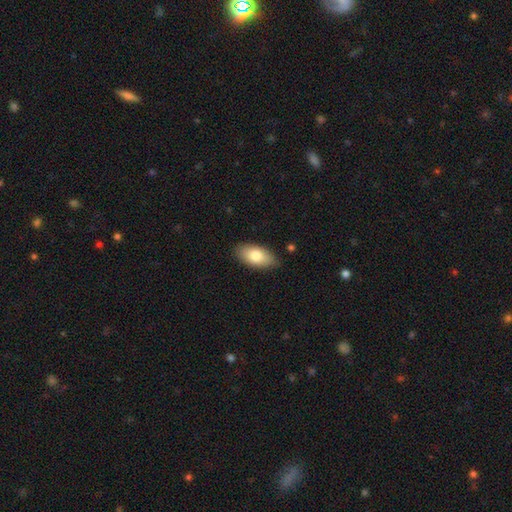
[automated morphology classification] The model was most divided on "smooth or featured": smooth: 80%, featured or disk: 14%, star or artifact: 6%. More confident: how rounded — in between (92%); merging — none (85%).